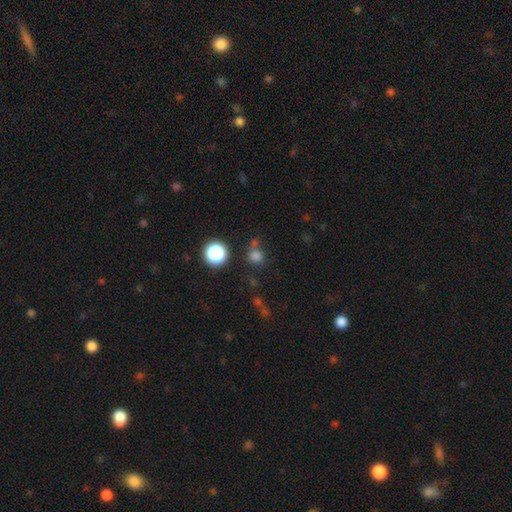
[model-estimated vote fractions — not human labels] A smooth galaxy with no disk features (74%) that is round (86%).

Vote fractions:
- Smooth or featured? smooth: 74% / star or artifact: 21% / featured or disk: 6%
- How rounded? round: 86% / in between: 13% / cigar-shaped: 1%
- Merging? none: 65% / merger: 18% / minor disturbance: 12% / major disturbance: 5%